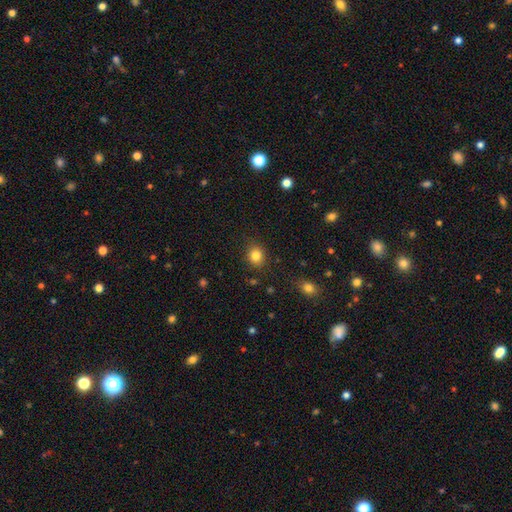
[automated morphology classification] A smooth galaxy with no disk features (83%) that is round (71%).

Vote fractions:
- Smooth or featured? smooth: 83% / star or artifact: 11% / featured or disk: 6%
- How rounded? round: 71% / in between: 29% / cigar-shaped: 1%
- Merging? none: 86% / minor disturbance: 9% / major disturbance: 3% / merger: 1%